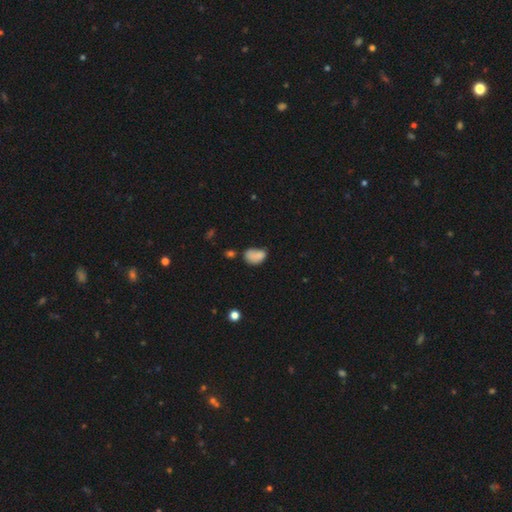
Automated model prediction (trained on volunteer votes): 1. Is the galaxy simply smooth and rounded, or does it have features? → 79% smooth, 11% star or artifact, 10% featured or disk.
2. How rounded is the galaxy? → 82% in between, 17% round, 2% cigar-shaped.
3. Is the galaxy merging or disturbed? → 38% none, 31% minor disturbance, 18% merger, 14% major disturbance.